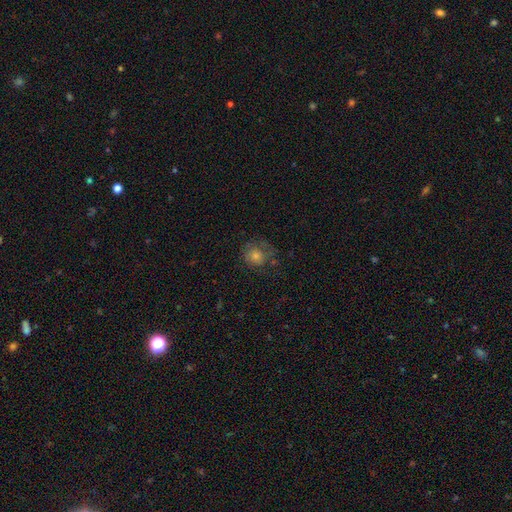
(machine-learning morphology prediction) This appears to be a smooth galaxy with no disk features (57%) that is round (82%). Merging: none (62%).